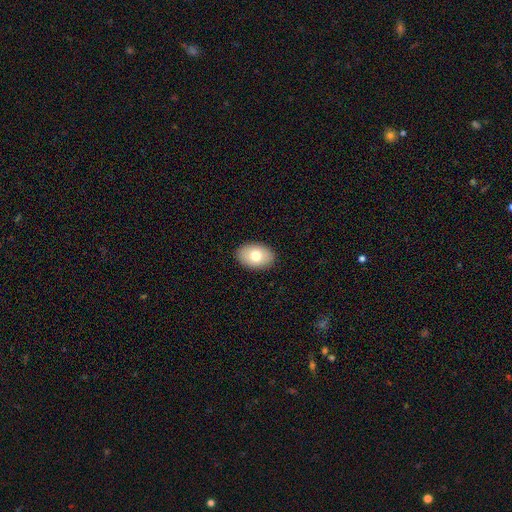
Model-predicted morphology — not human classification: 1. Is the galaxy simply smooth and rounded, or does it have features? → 75% smooth, 17% featured or disk, 7% star or artifact.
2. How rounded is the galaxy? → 87% in between, 12% round, 1% cigar-shaped.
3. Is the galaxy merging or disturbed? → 89% none, 8% minor disturbance, 2% major disturbance, 1% merger.